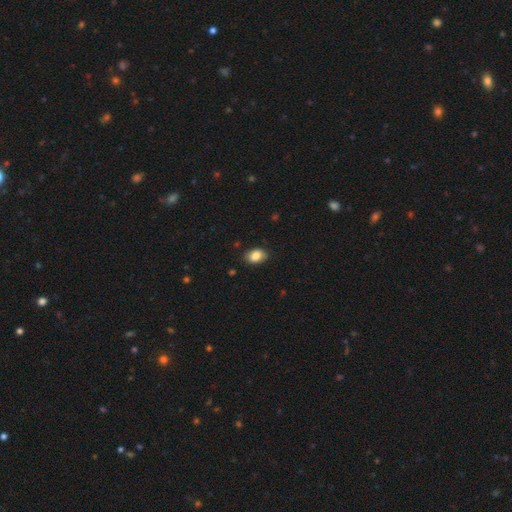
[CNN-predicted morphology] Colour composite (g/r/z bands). It shows a smooth galaxy with no disk features (86%) that is in between round and cigar-shaped (84%). Merging: none (81%).